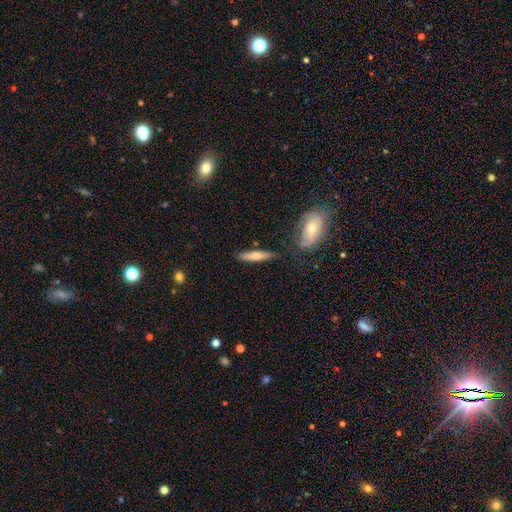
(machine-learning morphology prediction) A smooth galaxy with no disk features (63%) that is cigar-shaped (82%). Merging: none (78%).